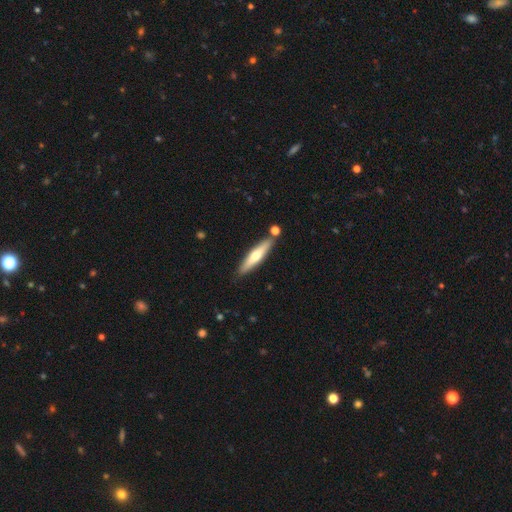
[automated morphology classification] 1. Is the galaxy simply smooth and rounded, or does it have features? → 52% smooth, 43% featured or disk, 5% star or artifact.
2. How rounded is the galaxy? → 85% cigar-shaped, 13% in between, 1% round.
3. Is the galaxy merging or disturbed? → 83% none, 10% minor disturbance, 6% merger, 2% major disturbance.